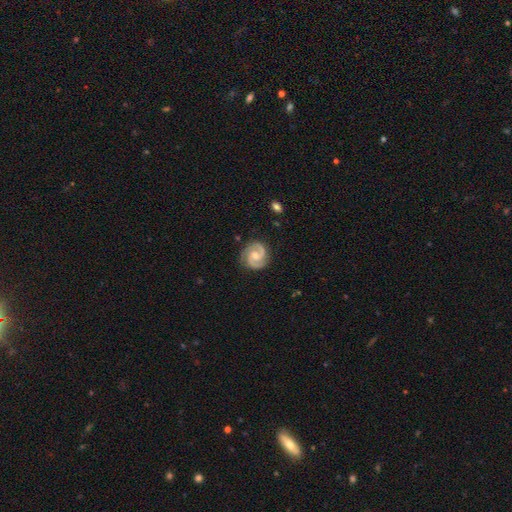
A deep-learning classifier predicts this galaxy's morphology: Q: Smooth or featured?
A: featured or disk (91%); runner-up: smooth (4%)
Q: Edge-on disk?
A: no (98%); runner-up: yes (2%)
Q: Bar?
A: no (48%); runner-up: weak (42%)
Q: Spiral arms?
A: yes (99%); runner-up: no (1%)
Q: Spiral winding?
A: medium (47%); runner-up: tight (46%)
Q: Spiral arm count?
A: 2 (93%); runner-up: 3 (2%)
Q: Bulge size?
A: moderate (52%); runner-up: small (37%)
Q: Merging?
A: none (84%); runner-up: minor disturbance (12%)